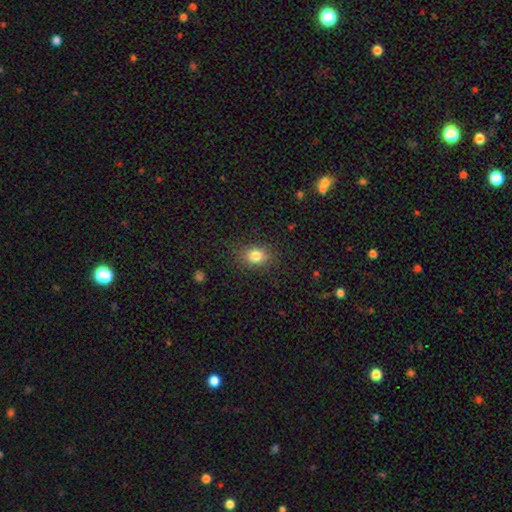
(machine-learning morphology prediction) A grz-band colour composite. It shows a smooth galaxy with no disk features (82%) that is in between round and cigar-shaped (56%). Merging: none (83%).